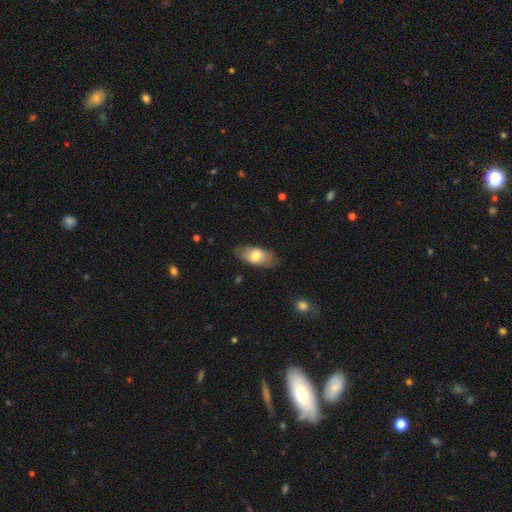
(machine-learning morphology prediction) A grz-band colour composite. It shows a smooth galaxy with no disk features (71%) that is in between round and cigar-shaped (90%). Merging: none (76%).